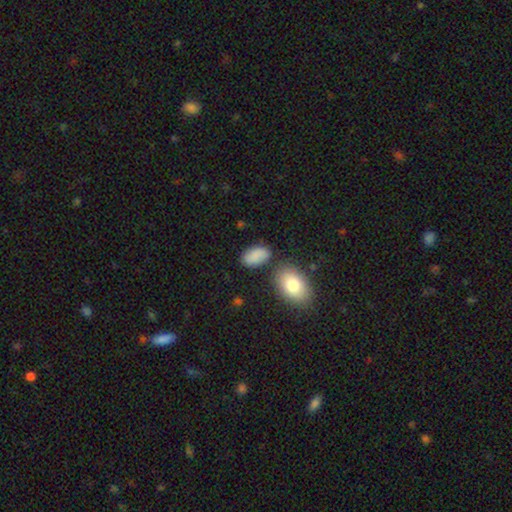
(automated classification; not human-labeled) Morphology: type=smooth (85%); roundness=in between (93%); merging=none (69%).